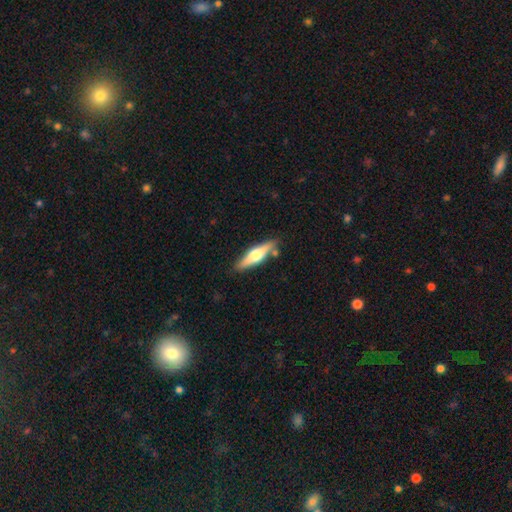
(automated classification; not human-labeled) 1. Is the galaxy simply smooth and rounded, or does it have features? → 56% featured or disk, 39% smooth, 5% star or artifact.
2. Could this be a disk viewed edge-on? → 94% yes, 6% no.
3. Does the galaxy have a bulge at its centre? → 92% rounded, 5% boxy, 3% none.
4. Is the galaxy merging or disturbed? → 82% none, 11% minor disturbance, 4% merger, 2% major disturbance.